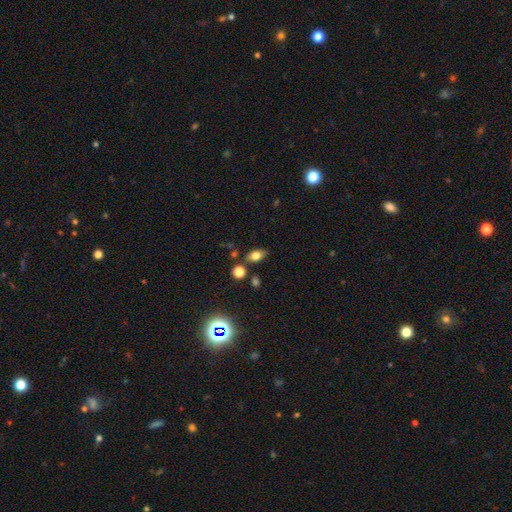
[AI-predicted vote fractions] The model was most divided on "smooth or featured": smooth: 75%, star or artifact: 13%, featured or disk: 12%. More confident: how rounded — in between (82%); merging — none (76%).